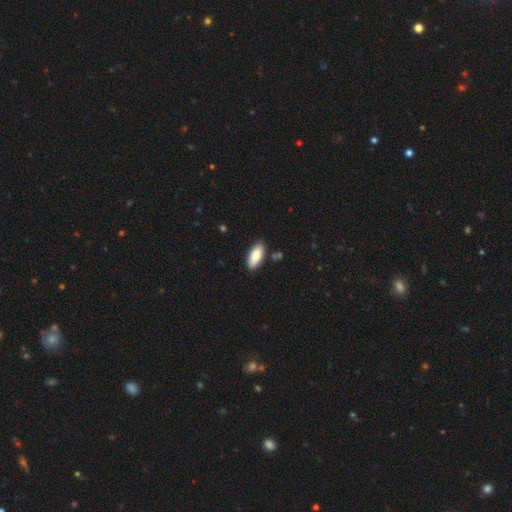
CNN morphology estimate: The model was most divided on "how rounded": in between: 83%, cigar-shaped: 15%, round: 2%. More confident: merging — none (85%); smooth or featured — smooth (85%).